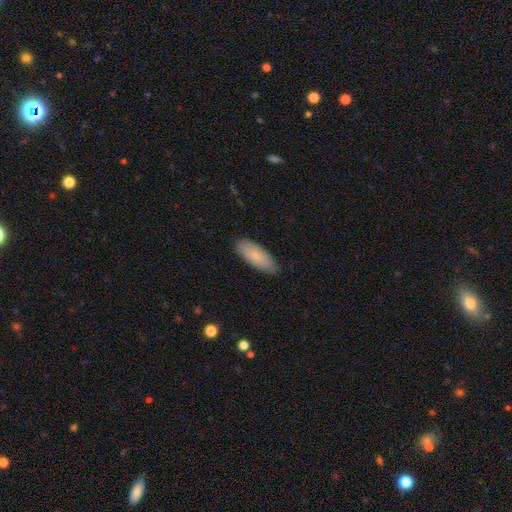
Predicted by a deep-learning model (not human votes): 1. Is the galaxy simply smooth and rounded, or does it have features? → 82% smooth, 12% featured or disk, 5% star or artifact.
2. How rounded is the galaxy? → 74% in between, 24% cigar-shaped, 2% round.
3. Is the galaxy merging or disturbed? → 84% none, 13% minor disturbance, 2% major disturbance, 1% merger.